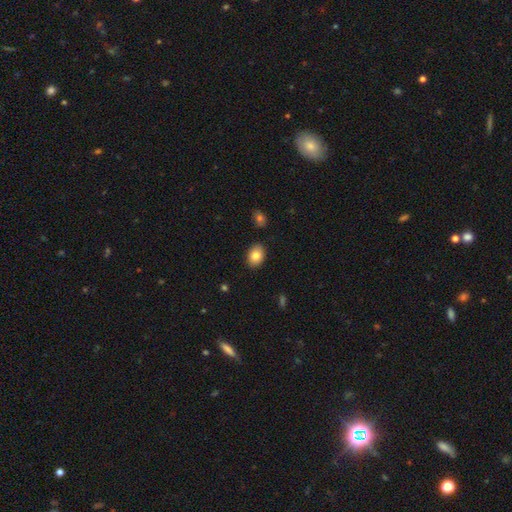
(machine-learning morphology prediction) The model was most divided on "how rounded": in between: 76%, round: 23%, cigar-shaped: 1%. More confident: merging — none (87%); smooth or featured — smooth (83%).